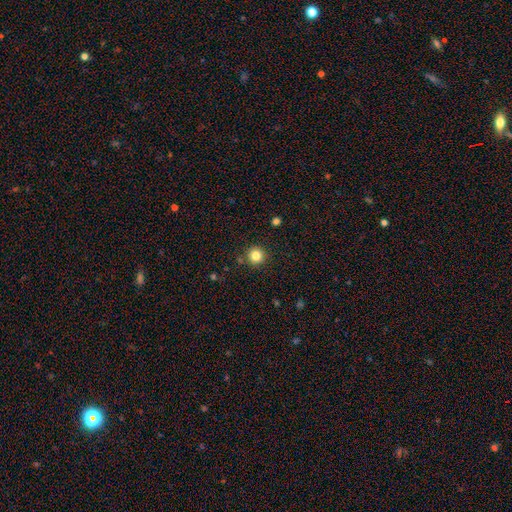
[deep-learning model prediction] Smooth or featured?
  - smooth: 83% *
  - star or artifact: 12%
  - featured or disk: 5%
How rounded?
  - round: 95% *
  - in between: 4%
  - cigar-shaped: 1%
Merging?
  - none: 89% *
  - minor disturbance: 6%
  - merger: 3%
  - major disturbance: 2%